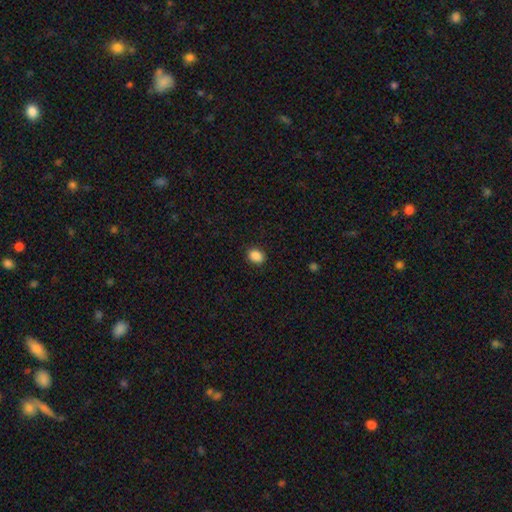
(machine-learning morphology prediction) Smooth or featured? Predicted: smooth (p=0.89). How rounded? Predicted: in between (p=0.62). Merging? Predicted: none (p=0.89).